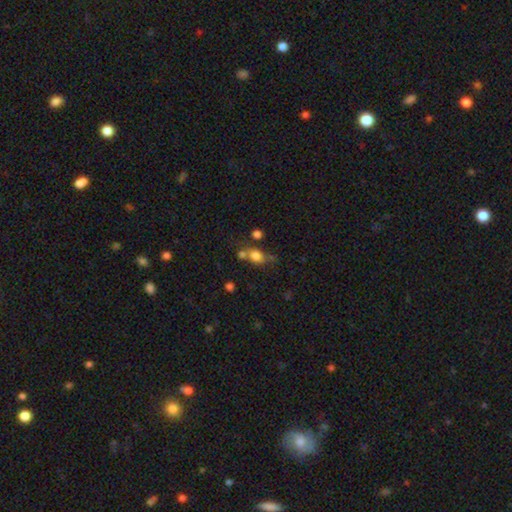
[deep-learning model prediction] smooth-or-featured: smooth: 78% | star or artifact: 12% | featured or disk: 10%
  how-rounded: round: 49% | in between: 48% | cigar-shaped: 2%
  merging: none: 49% | merger: 29% | minor disturbance: 15% | major disturbance: 7%